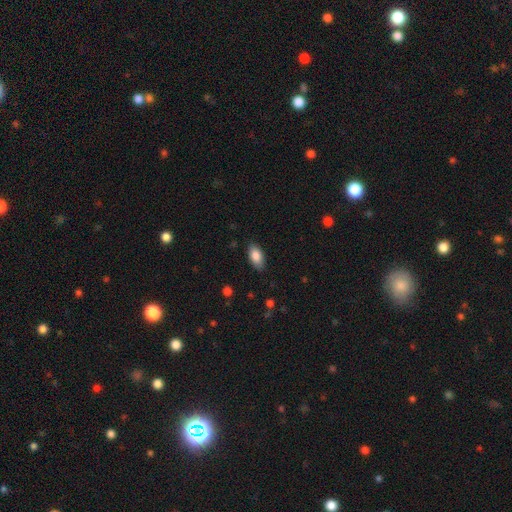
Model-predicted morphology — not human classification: smooth 86%, featured or disk 7%, star or artifact 7%. Down the decision tree: how rounded — in between (92%); merging — none (85%).